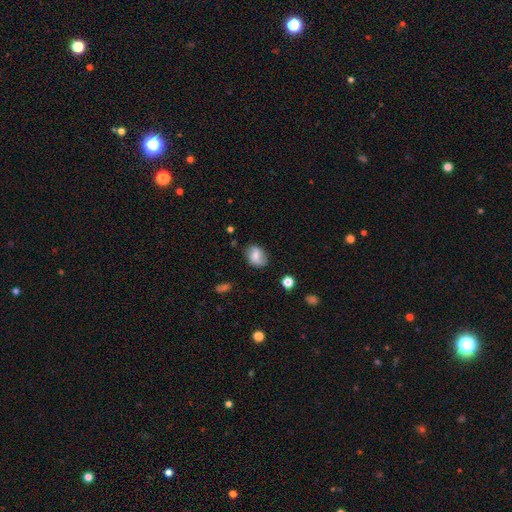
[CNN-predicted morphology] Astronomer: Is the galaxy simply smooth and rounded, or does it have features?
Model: smooth — 70%.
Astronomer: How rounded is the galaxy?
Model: in between — 67%.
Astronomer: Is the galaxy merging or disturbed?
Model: none — 74%.